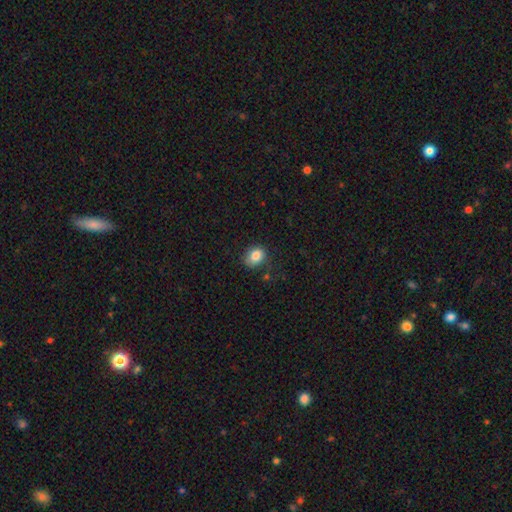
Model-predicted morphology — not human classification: smooth_or_featured: smooth (p=0.83) [alt: star or artifact p=0.09]
how_rounded: in between (p=0.56) [alt: round p=0.43]
merging: none (p=0.73) [alt: minor disturbance p=0.19]